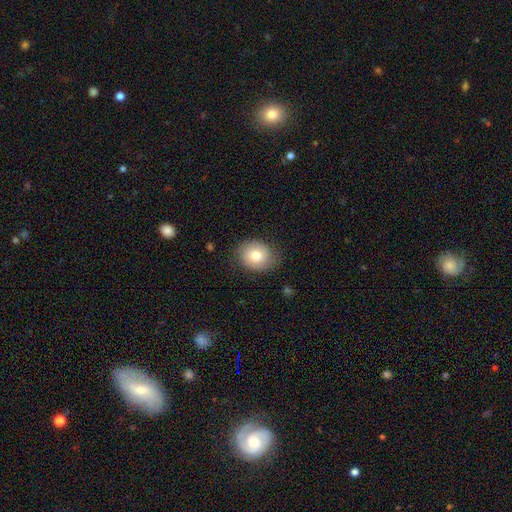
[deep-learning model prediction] This is likely a smooth galaxy (73%). How rounded: possibly round (58%). Merging: likely none (78%).